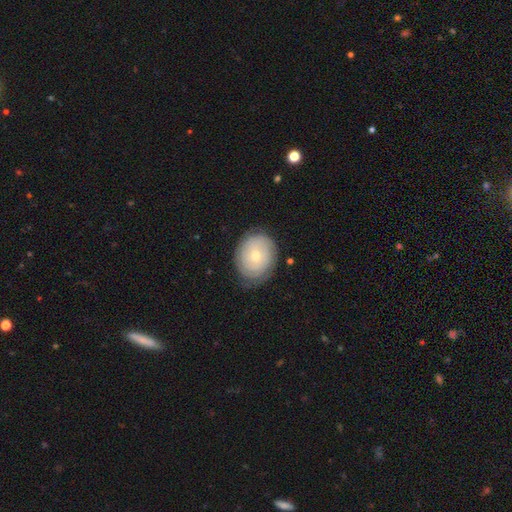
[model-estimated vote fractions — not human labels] smooth-or-featured: featured or disk: 55% | smooth: 38% | star or artifact: 7%
  disk-edge-on: no: 96% | yes: 4%
    bar: no: 79% | weak: 18% | strong: 3%
    has-spiral-arms: yes: 76% | no: 24%
    bulge-size: small: 51% | moderate: 46% | large: 2% | none: 1% | dominant: 1%
  merging: none: 74% | minor disturbance: 19% | major disturbance: 6% | merger: 1%